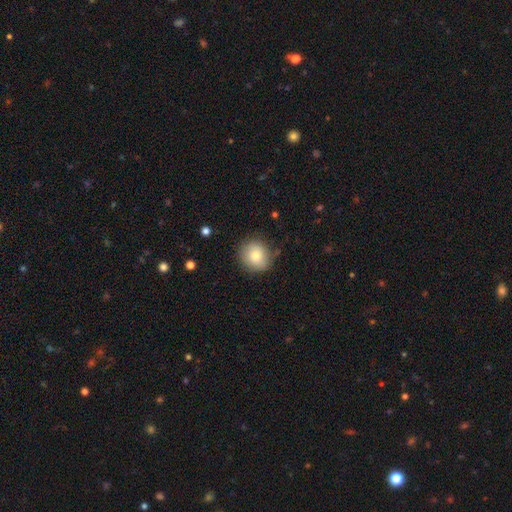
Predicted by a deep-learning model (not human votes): This is likely a smooth galaxy (78%). How rounded: clearly round (82%). Merging: clearly none (80%).